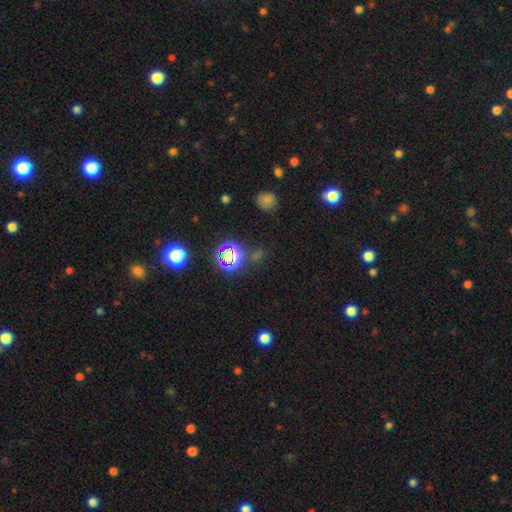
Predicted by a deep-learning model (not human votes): A star or artifact, not a galaxy (67%).

Vote fractions:
- Smooth or featured? star or artifact: 67% / smooth: 25% / featured or disk: 8%